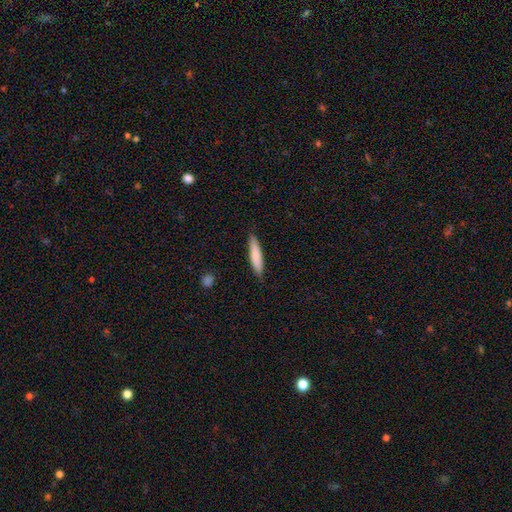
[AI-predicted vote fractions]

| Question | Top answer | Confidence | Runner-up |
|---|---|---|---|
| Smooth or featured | smooth | 78% | featured or disk (16%) |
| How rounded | cigar-shaped | 85% | in between (14%) |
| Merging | none | 88% | minor disturbance (9%) |